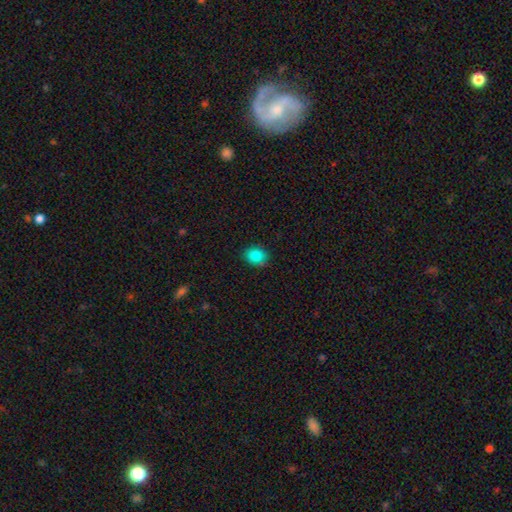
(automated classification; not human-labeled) Smooth or featured?
  - smooth: 85% *
  - star or artifact: 10%
  - featured or disk: 4%
How rounded?
  - in between: 51% *
  - round: 48%
  - cigar-shaped: 1%
Merging?
  - none: 80% *
  - minor disturbance: 15%
  - major disturbance: 3%
  - merger: 2%